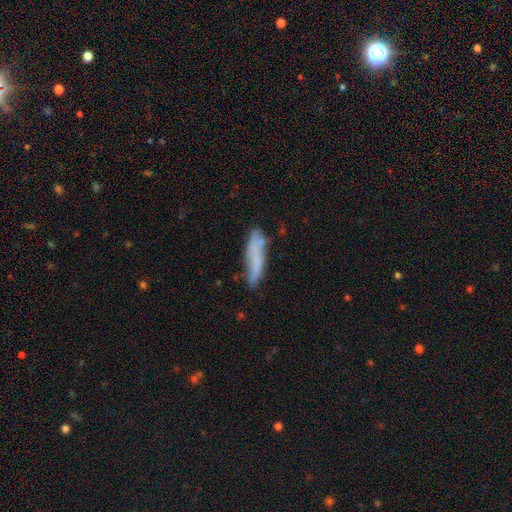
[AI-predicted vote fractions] This appears to be a smooth galaxy with no disk features (60%) that is cigar-shaped (80%). Merging: none (62%).